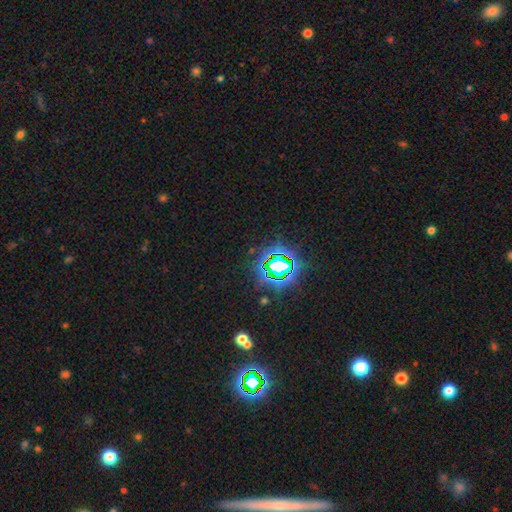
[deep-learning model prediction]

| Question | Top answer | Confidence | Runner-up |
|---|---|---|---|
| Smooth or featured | star or artifact | 77% | smooth (15%) |